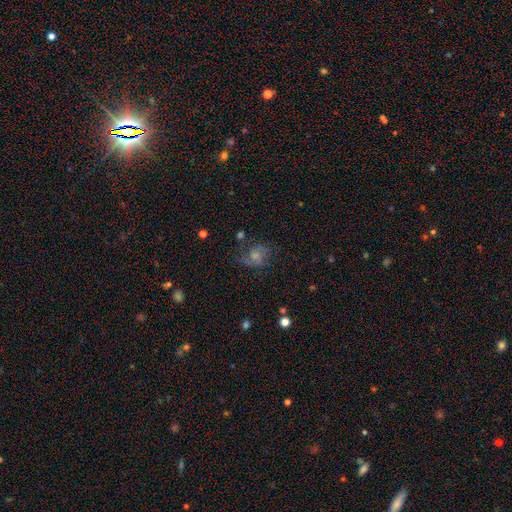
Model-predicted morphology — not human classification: The model was most divided on "smooth or featured": featured or disk: 48%, smooth: 27%, star or artifact: 26%. More confident: merging — none (65%).